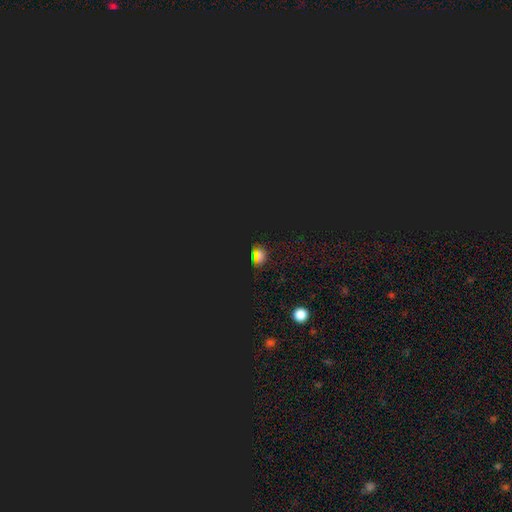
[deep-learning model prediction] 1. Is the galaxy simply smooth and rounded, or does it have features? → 71% star or artifact, 20% smooth, 9% featured or disk.